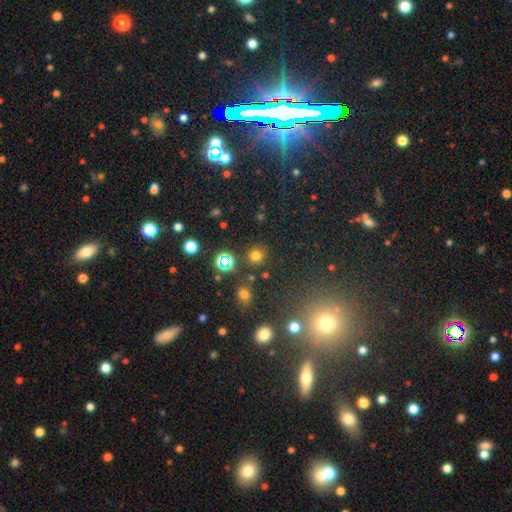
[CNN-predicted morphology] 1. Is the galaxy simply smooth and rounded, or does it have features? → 70% smooth, 24% star or artifact, 6% featured or disk.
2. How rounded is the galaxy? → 92% round, 7% in between, 1% cigar-shaped.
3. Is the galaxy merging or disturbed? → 86% none, 7% minor disturbance, 4% merger, 3% major disturbance.